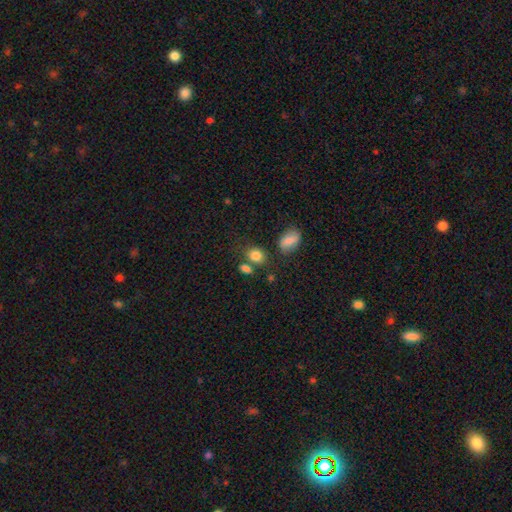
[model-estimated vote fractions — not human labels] Smooth or featured: smooth — 83% (star or artifact — 10%)
How rounded: in between — 59% (round — 40%)
Merging: none — 64% (merger — 18%)